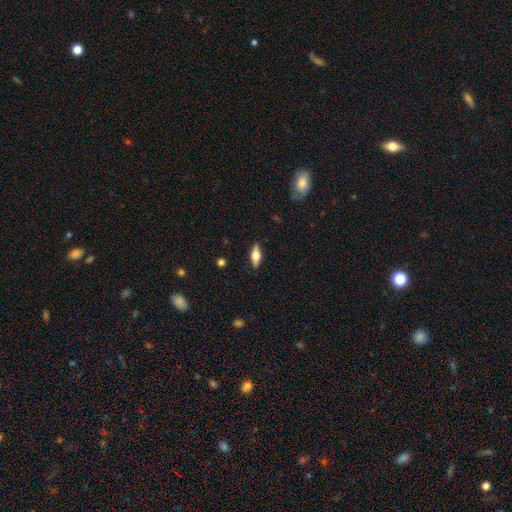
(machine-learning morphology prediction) Q: Smooth or featured?
A: smooth (49%); runner-up: featured or disk (44%)
Q: Merging?
A: none (88%); runner-up: minor disturbance (9%)